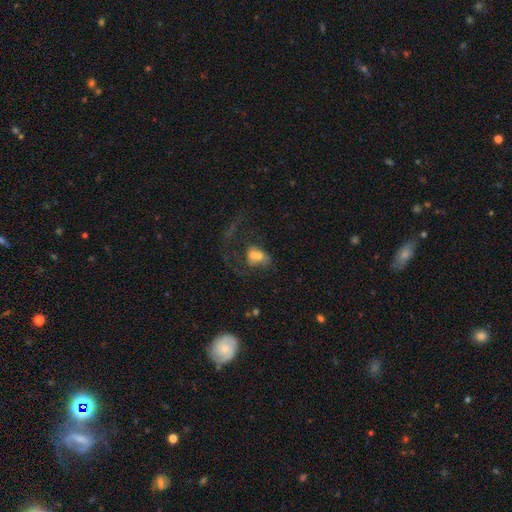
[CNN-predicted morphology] The model was most divided on "smooth or featured": smooth: 49%, featured or disk: 39%, star or artifact: 12%. More confident: merging — merger (65%).